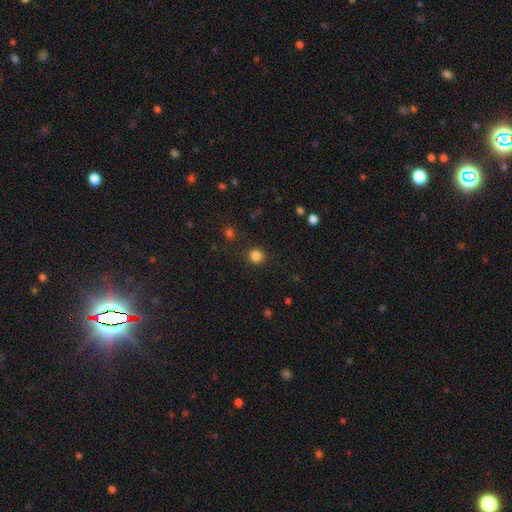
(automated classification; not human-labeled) This appears to be a smooth galaxy with no disk features (84%) that is round (89%). Merging: none (88%).